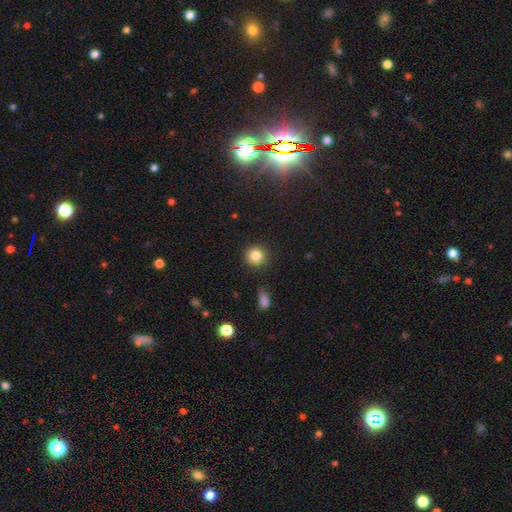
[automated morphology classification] A smooth galaxy with no disk features (84%) that is round (91%). Merging: none (89%).